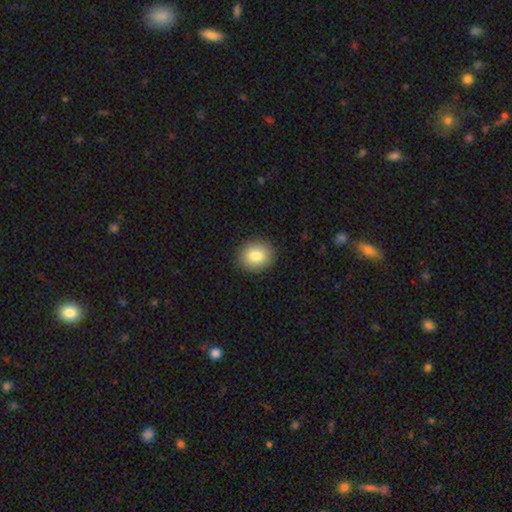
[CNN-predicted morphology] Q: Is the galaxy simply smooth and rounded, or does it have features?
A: smooth — 83%.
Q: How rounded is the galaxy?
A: round — 69%.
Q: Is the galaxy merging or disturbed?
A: none — 90%.